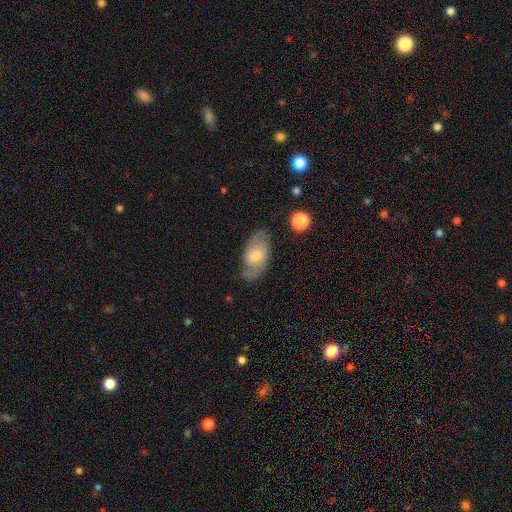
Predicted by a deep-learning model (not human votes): Smooth or featured? featured or disk (51%)
Edge-on disk? no (92%)
Merging? none (68%)